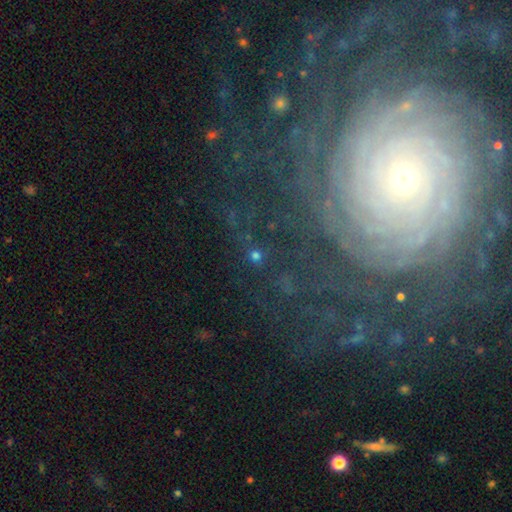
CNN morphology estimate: This appears to be a star or artifact, not a galaxy (45%).